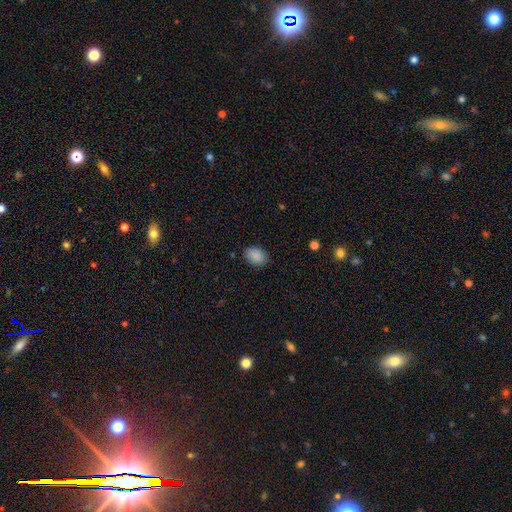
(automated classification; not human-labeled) Overall: smooth (88%). How rounded: in between (77%). Merging: none (80%).